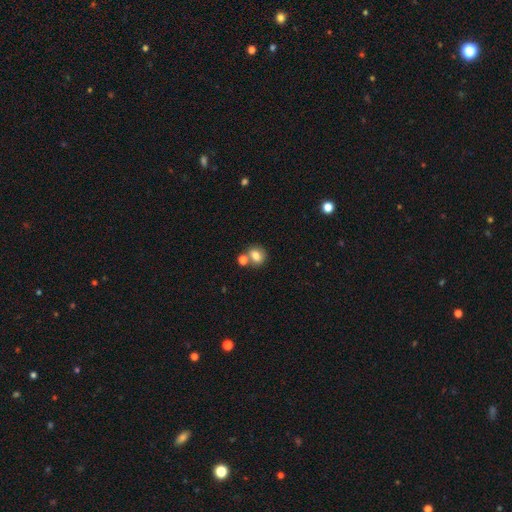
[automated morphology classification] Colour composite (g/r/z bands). It shows a smooth galaxy with no disk features (77%) that is round (64%). Merging: none (56%).